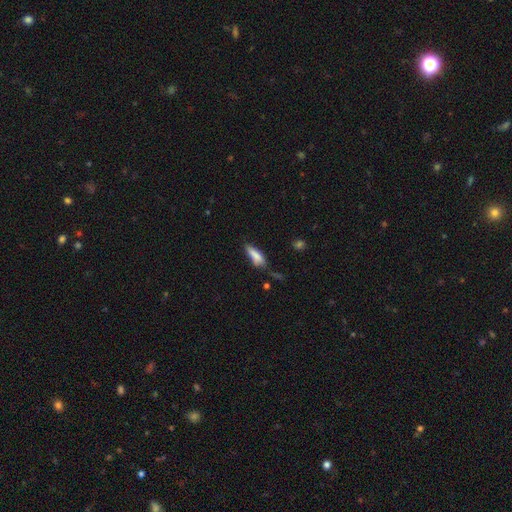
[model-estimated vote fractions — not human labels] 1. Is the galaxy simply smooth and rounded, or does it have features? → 78% smooth, 14% featured or disk, 7% star or artifact.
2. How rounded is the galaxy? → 50% cigar-shaped, 48% in between, 2% round.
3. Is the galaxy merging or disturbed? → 54% none, 31% minor disturbance, 9% major disturbance, 6% merger.